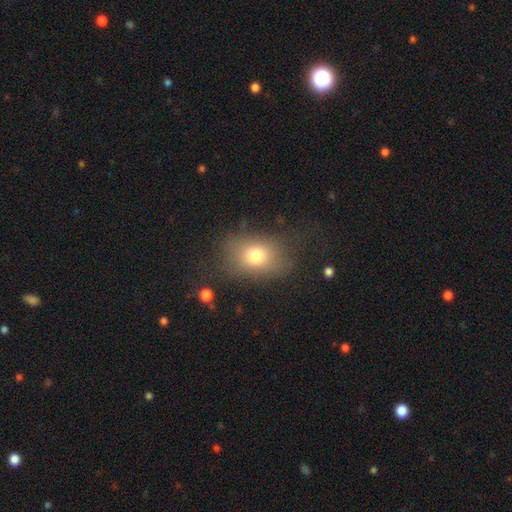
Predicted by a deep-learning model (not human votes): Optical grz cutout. It shows a smooth galaxy with no disk features (75%) that is in between round and cigar-shaped (69%). Merging: none (66%).